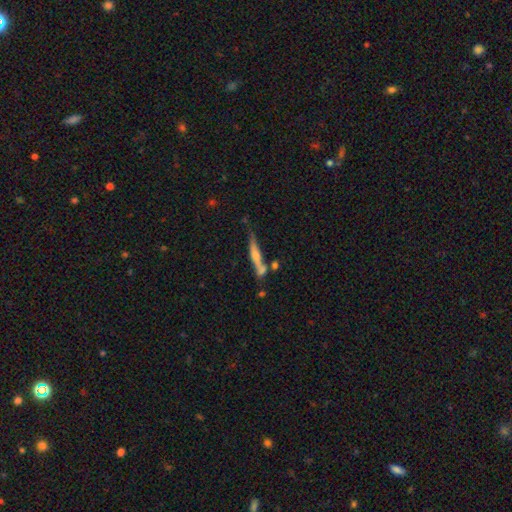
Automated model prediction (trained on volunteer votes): The model was most divided on "smooth or featured": featured or disk: 48%, smooth: 44%, star or artifact: 8%. Remaining: merging — none (48%).